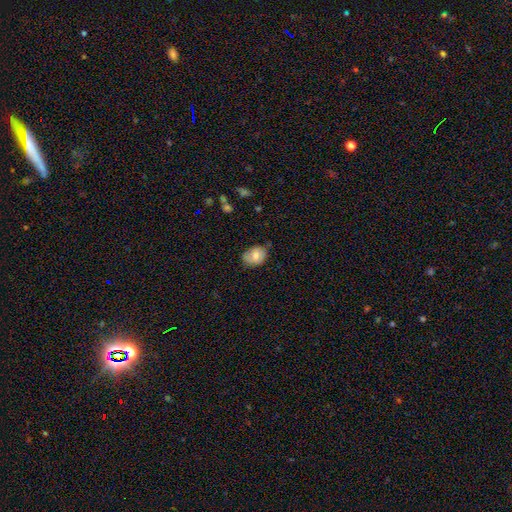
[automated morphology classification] A smooth galaxy with no disk features (73%) that is in between round and cigar-shaped (69%). Merging: none (62%).